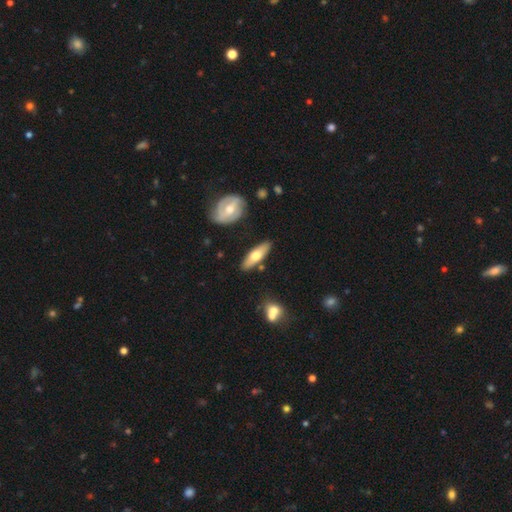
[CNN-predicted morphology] The model was most divided on "how rounded": in between: 51%, cigar-shaped: 46%, round: 3%. More confident: merging — none (83%); smooth or featured — smooth (56%).